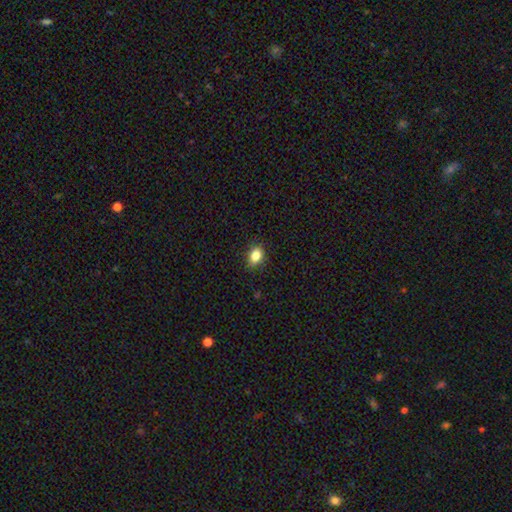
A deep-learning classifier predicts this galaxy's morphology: Overall: smooth (83%). How rounded: in between (74%). Merging: none (85%).